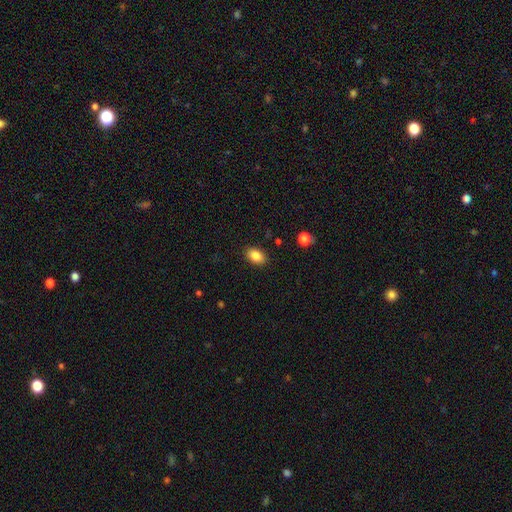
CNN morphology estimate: Overall: smooth (86%). How rounded: in between (87%). Merging: none (88%).